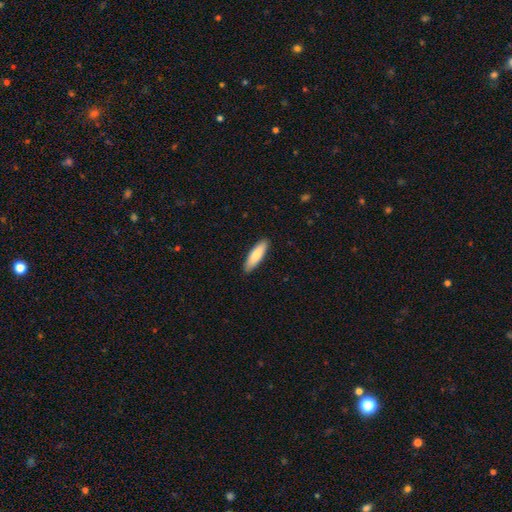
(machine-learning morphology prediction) Smooth or featured?
  - smooth: 82% *
  - featured or disk: 13%
  - star or artifact: 5%
How rounded?
  - cigar-shaped: 59% *
  - in between: 40%
  - round: 1%
Merging?
  - none: 89% *
  - minor disturbance: 8%
  - major disturbance: 1%
  - merger: 1%